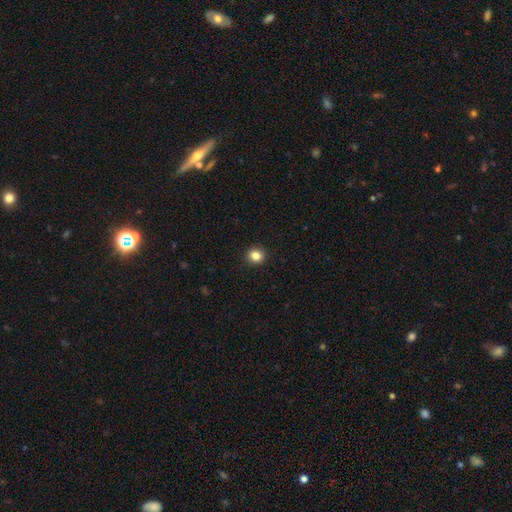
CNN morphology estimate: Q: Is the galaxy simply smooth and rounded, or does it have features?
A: smooth — 83%.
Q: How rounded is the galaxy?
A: round — 90%.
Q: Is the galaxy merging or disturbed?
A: none — 93%.